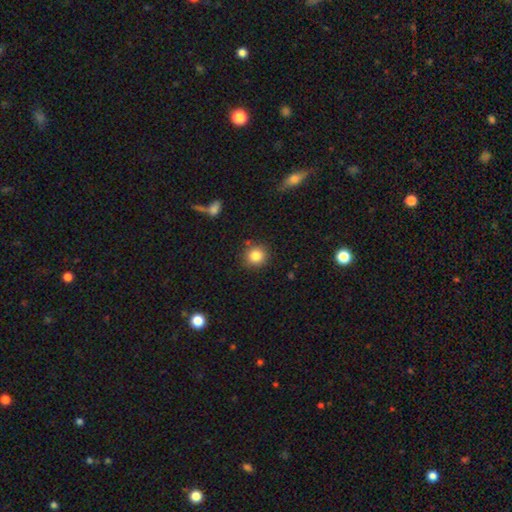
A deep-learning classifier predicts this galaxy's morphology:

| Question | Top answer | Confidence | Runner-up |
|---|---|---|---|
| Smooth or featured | smooth | 84% | star or artifact (10%) |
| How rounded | round | 90% | in between (9%) |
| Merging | none | 87% | minor disturbance (8%) |